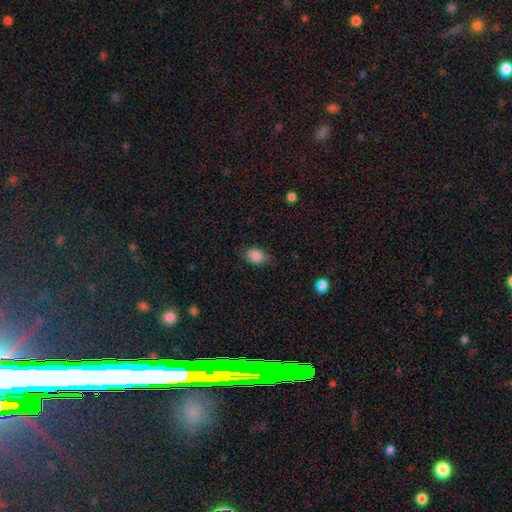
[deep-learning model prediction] smooth 87%, star or artifact 9%, featured or disk 4%. Down the decision tree: how rounded — in between (71%); merging — none (78%).